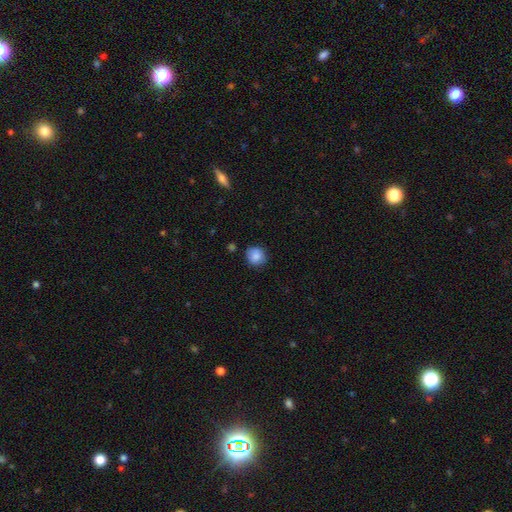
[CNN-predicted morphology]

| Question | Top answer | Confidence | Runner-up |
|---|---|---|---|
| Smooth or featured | smooth | 85% | star or artifact (9%) |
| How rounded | round | 88% | in between (11%) |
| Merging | none | 80% | minor disturbance (15%) |